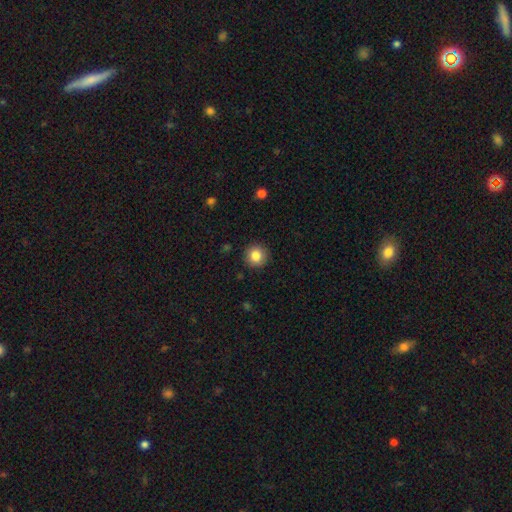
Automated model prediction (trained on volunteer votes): Morphology: type=smooth (84%); roundness=round (94%); merging=none (91%).